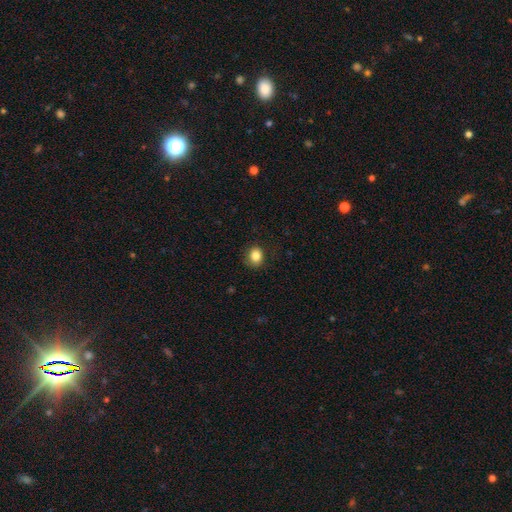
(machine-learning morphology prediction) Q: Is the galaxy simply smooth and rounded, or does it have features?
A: smooth — 85%.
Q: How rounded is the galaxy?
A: round — 65%.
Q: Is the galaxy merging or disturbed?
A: none — 82%.